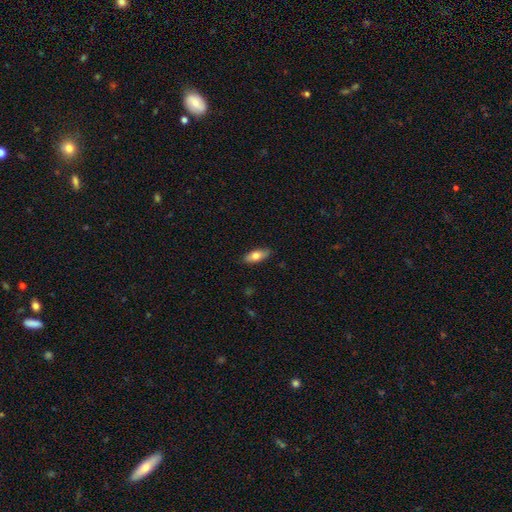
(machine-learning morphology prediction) Overall: smooth (73%). How rounded: in between (79%). Merging: none (87%).